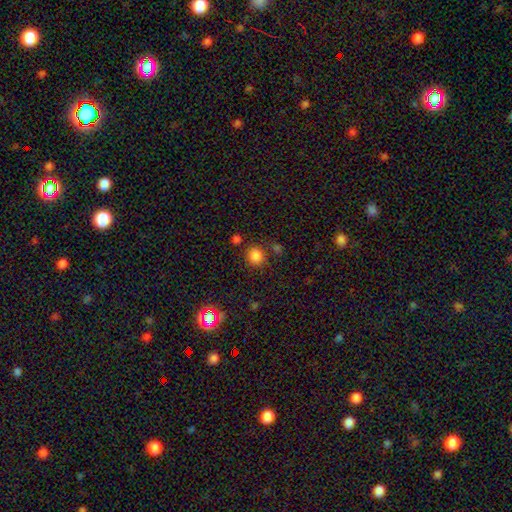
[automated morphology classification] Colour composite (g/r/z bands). It shows a smooth galaxy with no disk features (82%) that is round (87%). Merging: none (80%).